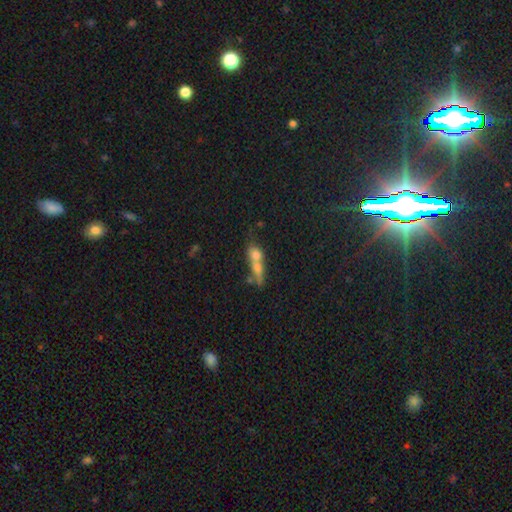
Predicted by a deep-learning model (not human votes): Smooth or featured? smooth (56%)
How rounded? in between (43%)
Merging? merger (63%)